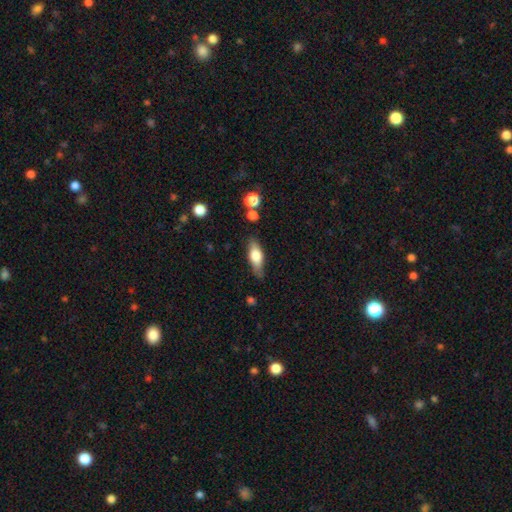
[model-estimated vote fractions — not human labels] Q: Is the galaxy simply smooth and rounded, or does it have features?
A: smooth — 64%.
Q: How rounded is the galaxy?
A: in between — 68%.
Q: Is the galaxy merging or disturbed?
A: none — 78%.